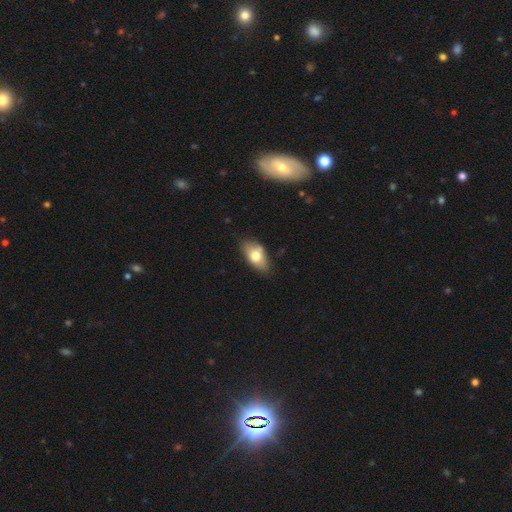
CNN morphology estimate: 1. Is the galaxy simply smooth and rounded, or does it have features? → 71% smooth, 22% featured or disk, 7% star or artifact.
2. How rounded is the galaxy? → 91% in between, 5% round, 4% cigar-shaped.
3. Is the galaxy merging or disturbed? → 76% none, 18% minor disturbance, 3% major disturbance, 3% merger.